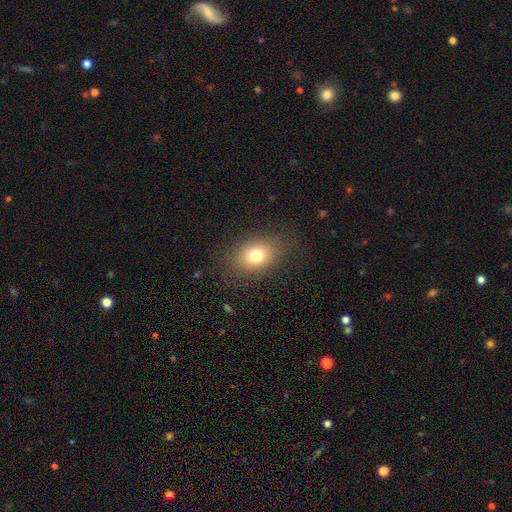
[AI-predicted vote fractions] Smooth or featured? smooth (77%)
How rounded? in between (71%)
Merging? none (82%)